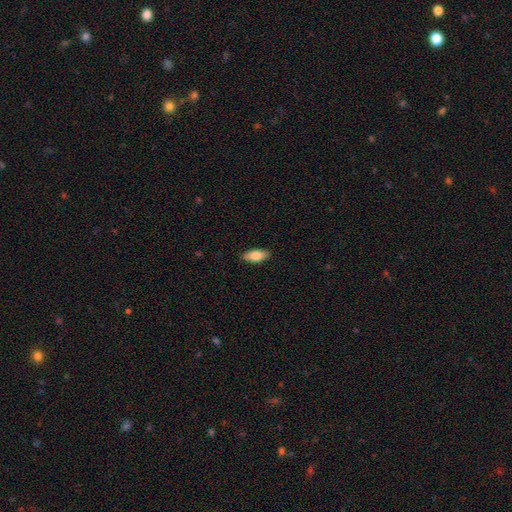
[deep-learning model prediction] smooth-or-featured: smooth: 80% | featured or disk: 14% | star or artifact: 6%
  how-rounded: in between: 84% | cigar-shaped: 13% | round: 3%
  merging: none: 88% | minor disturbance: 9% | major disturbance: 2% | merger: 1%